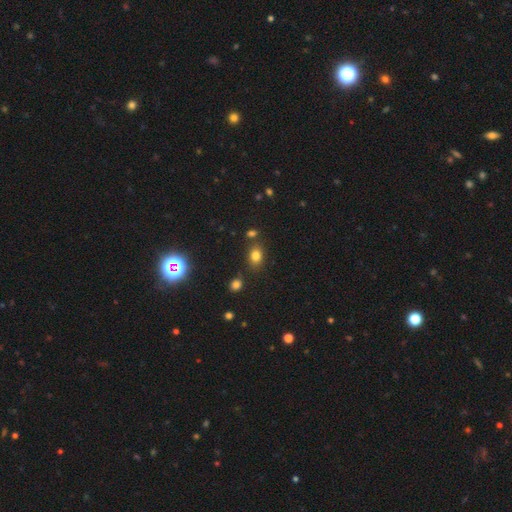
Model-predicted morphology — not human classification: Smooth or featured: smooth — 78% (star or artifact — 14%)
How rounded: in between — 66% (round — 33%)
Merging: none — 75% (minor disturbance — 13%)